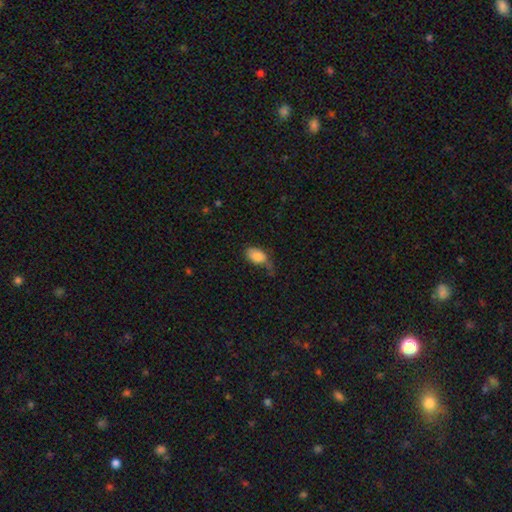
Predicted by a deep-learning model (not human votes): smooth_or_featured: smooth (p=0.84) [alt: featured or disk p=0.09]
how_rounded: in between (p=0.91) [alt: round p=0.07]
merging: none (p=0.44) [alt: minor disturbance p=0.34]